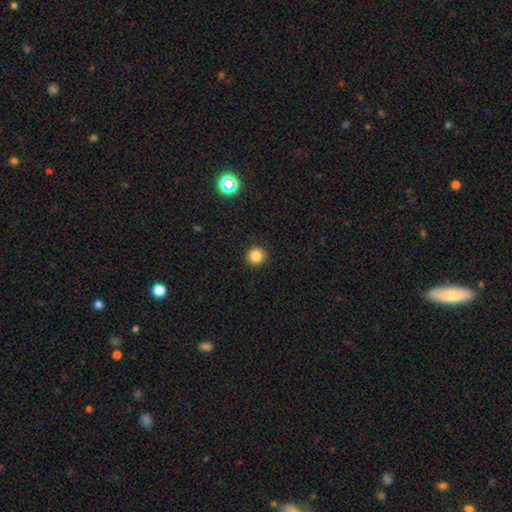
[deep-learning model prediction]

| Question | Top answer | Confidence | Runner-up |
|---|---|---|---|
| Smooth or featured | smooth | 84% | star or artifact (12%) |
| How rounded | round | 95% | in between (4%) |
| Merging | none | 92% | minor disturbance (5%) |